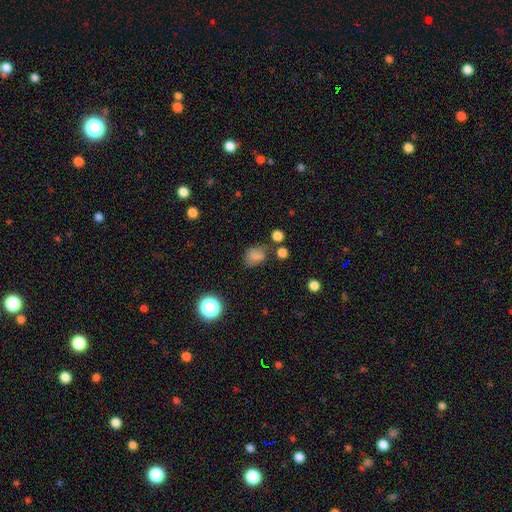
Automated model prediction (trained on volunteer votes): Smooth or featured?
  - smooth: 77% *
  - star or artifact: 16%
  - featured or disk: 7%
How rounded?
  - in between: 61% *
  - round: 38%
  - cigar-shaped: 1%
Merging?
  - none: 60% *
  - minor disturbance: 23%
  - major disturbance: 9%
  - merger: 7%